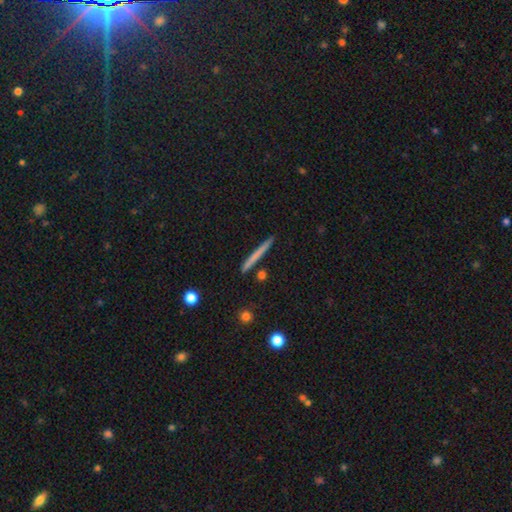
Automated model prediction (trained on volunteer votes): Morphology: type=smooth (60%); roundness=cigar-shaped (96%); merging=none (90%).